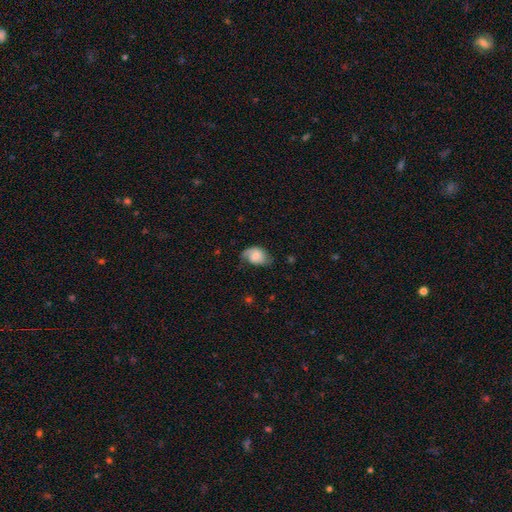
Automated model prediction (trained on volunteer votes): Smooth or featured: featured or disk — 49% (smooth — 43%)
Merging: none — 50% (minor disturbance — 31%)